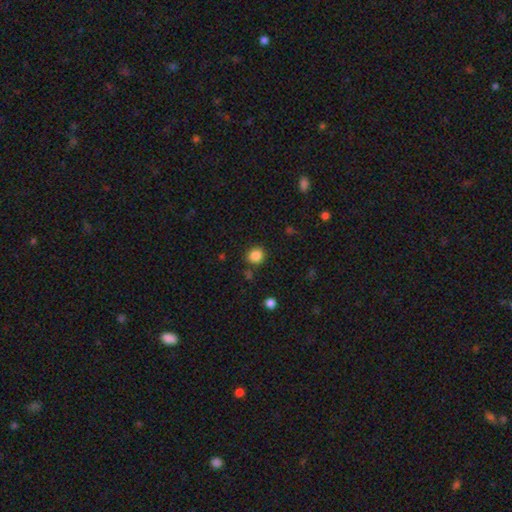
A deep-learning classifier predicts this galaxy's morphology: smooth-or-featured: smooth: 85% | star or artifact: 11% | featured or disk: 4%
  how-rounded: round: 89% | in between: 10% | cigar-shaped: 1%
  merging: none: 85% | minor disturbance: 8% | merger: 4% | major disturbance: 3%